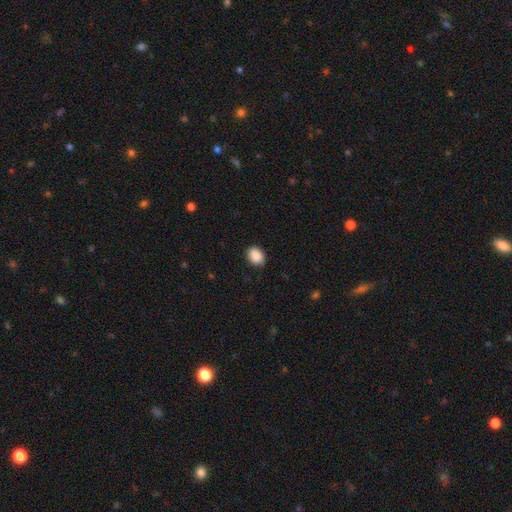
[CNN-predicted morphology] This appears to be a smooth galaxy with no disk features (89%) that is in between round and cigar-shaped (71%). Merging: none (88%).